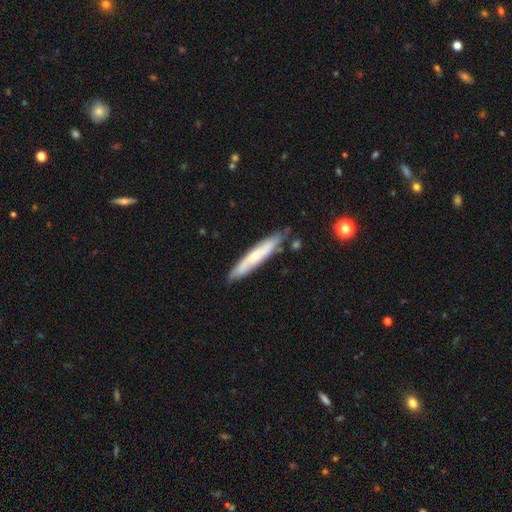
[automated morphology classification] type=smooth (49%); merging=none (80%).